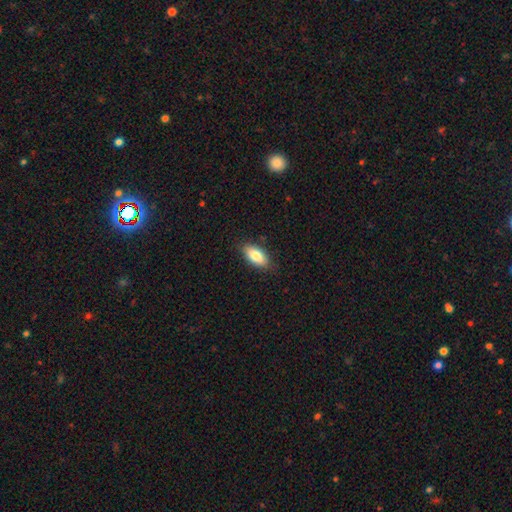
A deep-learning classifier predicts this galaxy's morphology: smooth 83%, featured or disk 10%, star or artifact 7%. Down the decision tree: how rounded — in between (88%); merging — none (85%).